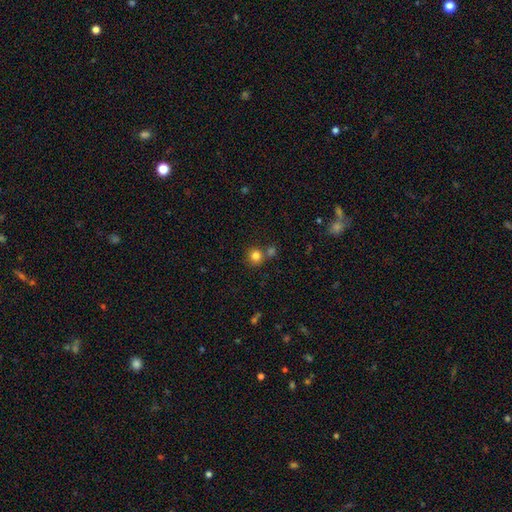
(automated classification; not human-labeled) Smooth or featured? Predicted: smooth (p=0.82). How rounded? Predicted: round (p=0.91). Merging? Predicted: none (p=0.69).